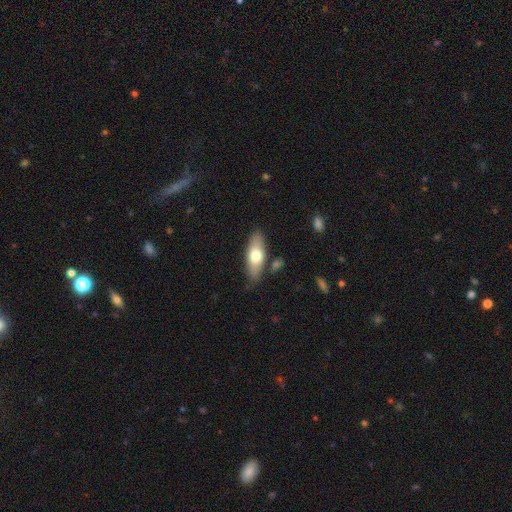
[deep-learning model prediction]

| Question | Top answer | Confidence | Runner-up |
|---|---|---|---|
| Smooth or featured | smooth | 66% | featured or disk (29%) |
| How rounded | in between | 67% | cigar-shaped (30%) |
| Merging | none | 80% | minor disturbance (13%) |